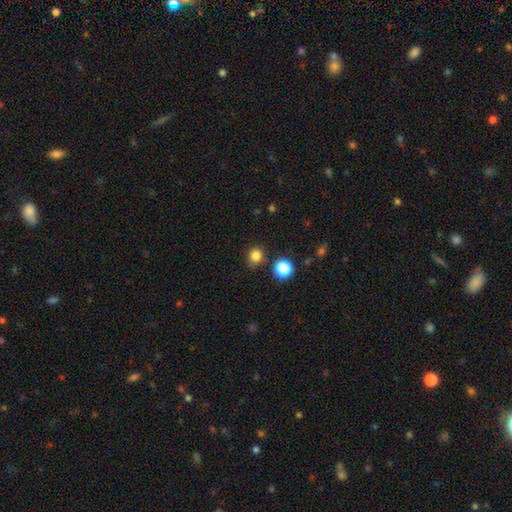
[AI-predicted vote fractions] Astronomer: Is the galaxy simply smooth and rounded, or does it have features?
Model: smooth — 82%.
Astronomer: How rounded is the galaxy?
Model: round — 79%.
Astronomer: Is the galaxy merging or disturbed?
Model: none — 81%.